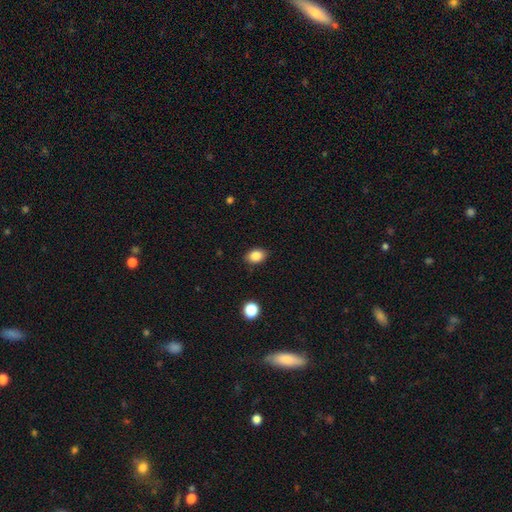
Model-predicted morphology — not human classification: Smooth or featured? smooth (85%)
How rounded? in between (77%)
Merging? none (86%)